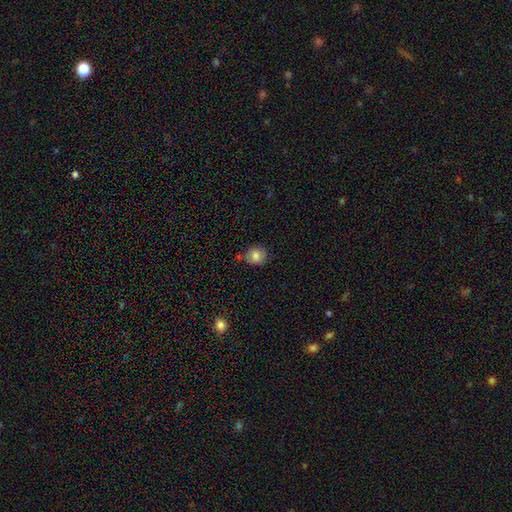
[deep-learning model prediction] A smooth galaxy with no disk features (82%) that is round (81%).

Vote fractions:
- Smooth or featured? smooth: 82% / star or artifact: 10% / featured or disk: 8%
- How rounded? round: 81% / in between: 18% / cigar-shaped: 1%
- Merging? none: 74% / minor disturbance: 16% / merger: 7% / major disturbance: 3%